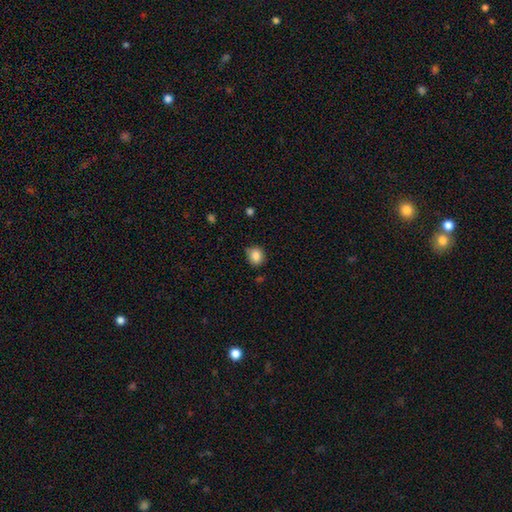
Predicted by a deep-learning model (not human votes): smooth-or-featured: smooth: 85% | star or artifact: 10% | featured or disk: 5%
  how-rounded: round: 76% | in between: 23% | cigar-shaped: 1%
  merging: none: 74% | minor disturbance: 20% | major disturbance: 3% | merger: 2%